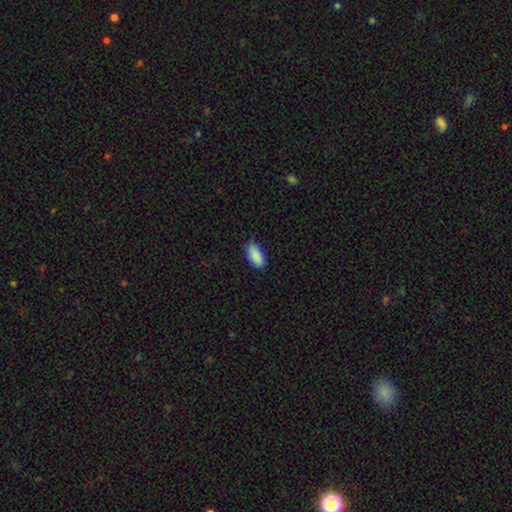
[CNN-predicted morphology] Q: Smooth or featured?
A: smooth (90%); runner-up: star or artifact (6%)
Q: How rounded?
A: in between (90%); runner-up: cigar-shaped (8%)
Q: Merging?
A: none (83%); runner-up: minor disturbance (14%)